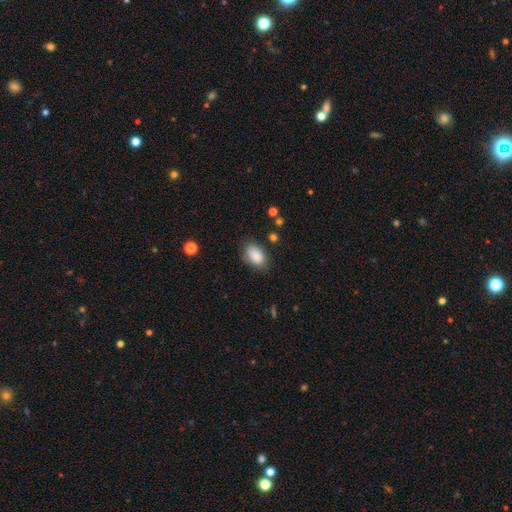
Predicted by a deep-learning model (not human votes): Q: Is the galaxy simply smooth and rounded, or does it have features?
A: smooth — 88%.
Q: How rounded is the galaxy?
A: in between — 90%.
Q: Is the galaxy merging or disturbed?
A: none — 78%.